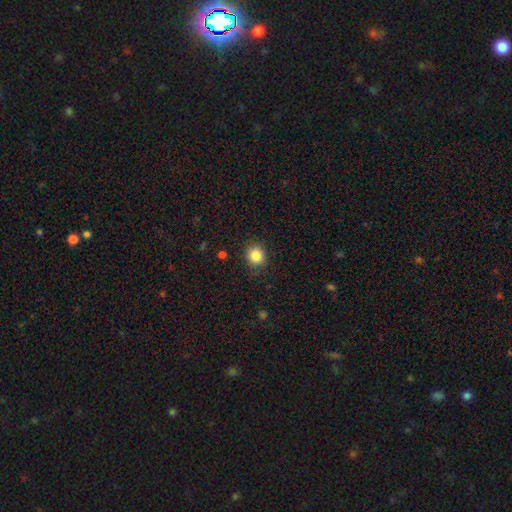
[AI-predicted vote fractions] The model was most divided on "how rounded": round: 85%, in between: 14%, cigar-shaped: 1%. More confident: merging — none (88%); smooth or featured — smooth (85%).